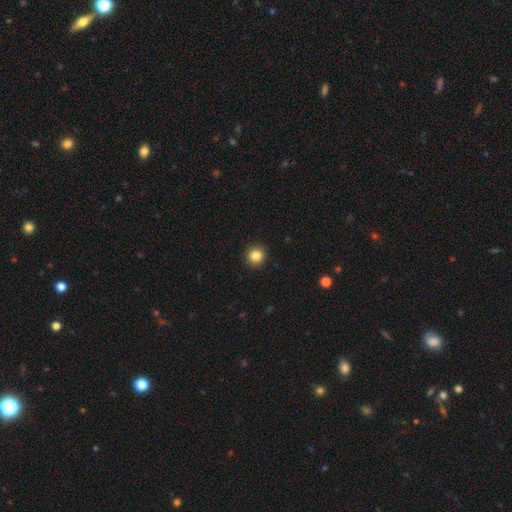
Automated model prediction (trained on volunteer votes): Smooth or featured: smooth — 85% (star or artifact — 10%)
How rounded: round — 91% (in between — 8%)
Merging: none — 92% (minor disturbance — 5%)